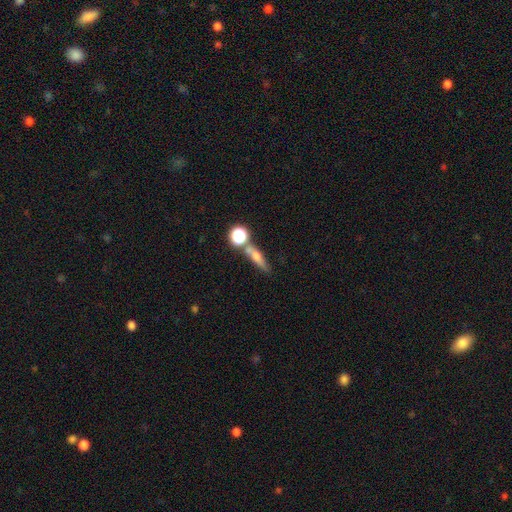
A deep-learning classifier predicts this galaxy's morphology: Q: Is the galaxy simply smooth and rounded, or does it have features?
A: smooth — 46%.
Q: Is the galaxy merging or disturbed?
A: none — 64%.